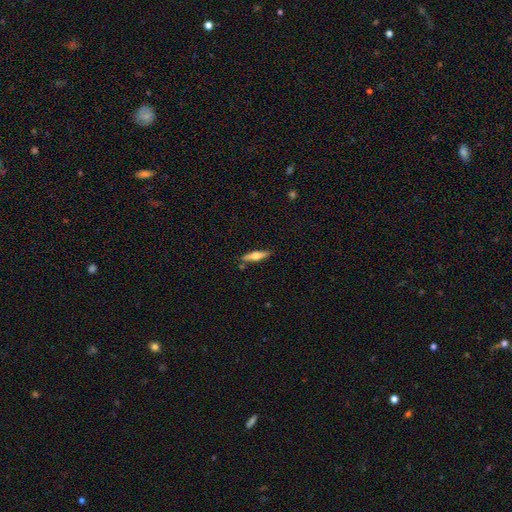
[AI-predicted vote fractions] A smooth galaxy with no disk features (49%).

Vote fractions:
- Smooth or featured? smooth: 49% / featured or disk: 45% / star or artifact: 6%
- Merging? none: 81% / minor disturbance: 12% / merger: 4% / major disturbance: 2%